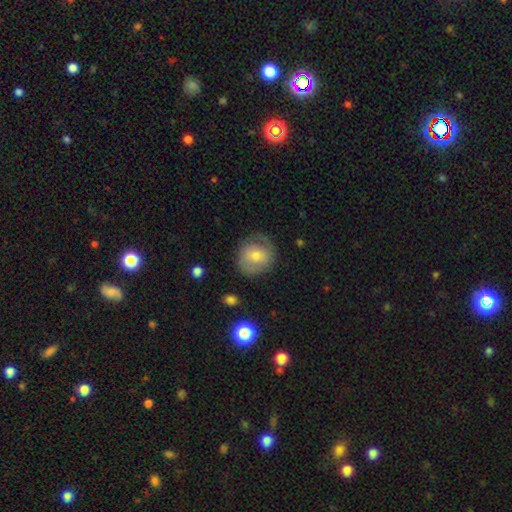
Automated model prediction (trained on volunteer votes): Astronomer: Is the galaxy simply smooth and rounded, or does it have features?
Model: smooth — 60%.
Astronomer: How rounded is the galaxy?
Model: round — 81%.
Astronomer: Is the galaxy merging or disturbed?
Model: none — 67%.